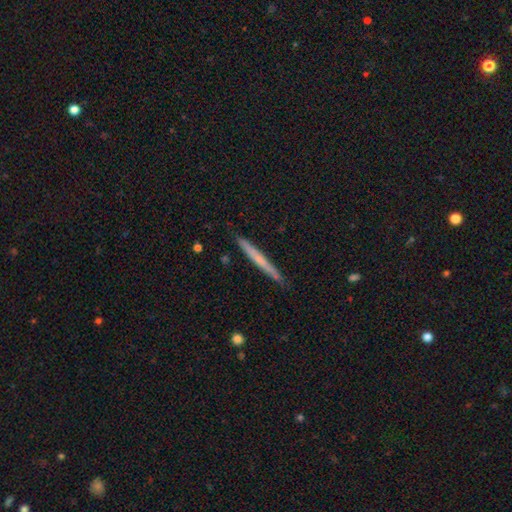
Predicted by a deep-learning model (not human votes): Smooth or featured?
  - smooth: 48% *
  - featured or disk: 47%
  - star or artifact: 6%
Merging?
  - none: 90% *
  - minor disturbance: 7%
  - major disturbance: 1%
  - merger: 1%